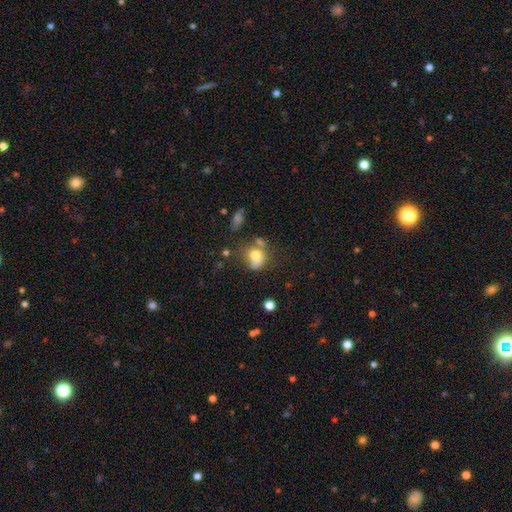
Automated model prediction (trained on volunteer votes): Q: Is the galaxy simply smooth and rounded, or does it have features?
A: smooth — 72%.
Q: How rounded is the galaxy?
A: round — 53%.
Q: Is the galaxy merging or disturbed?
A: none — 34%.